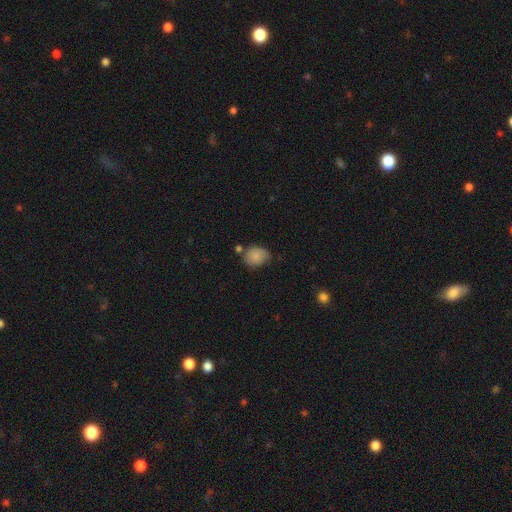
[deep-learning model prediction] smooth_or_featured: smooth (p=0.83) [alt: star or artifact p=0.09]
how_rounded: in between (p=0.51) [alt: round p=0.47]
merging: none (p=0.54) [alt: minor disturbance p=0.29]